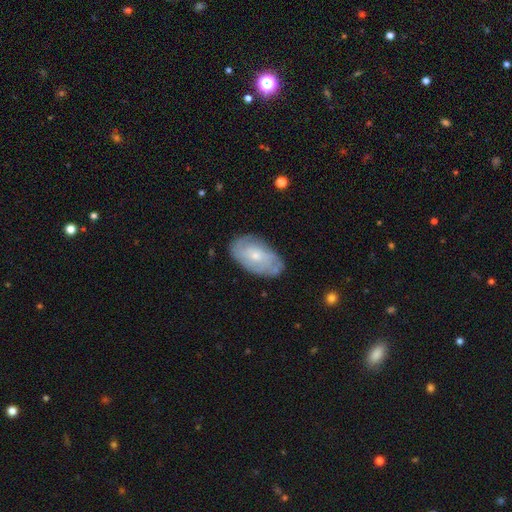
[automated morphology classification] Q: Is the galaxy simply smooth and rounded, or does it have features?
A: featured or disk — 52%.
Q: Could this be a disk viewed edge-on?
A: no — 93%.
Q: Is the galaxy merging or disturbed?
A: none — 73%.